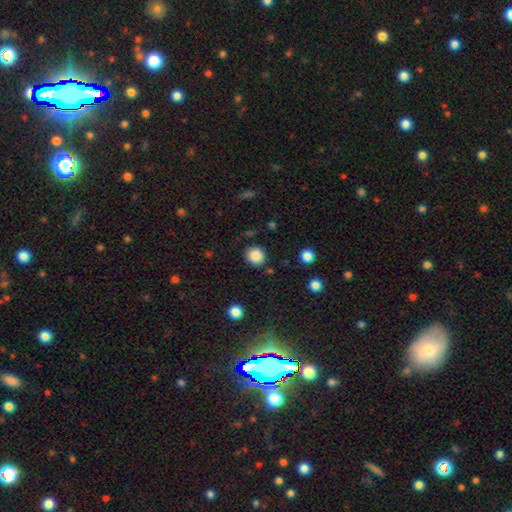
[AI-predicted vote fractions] The model was most divided on "how rounded": round: 87%, in between: 12%, cigar-shaped: 1%. More confident: merging — none (86%); smooth or featured — smooth (86%).